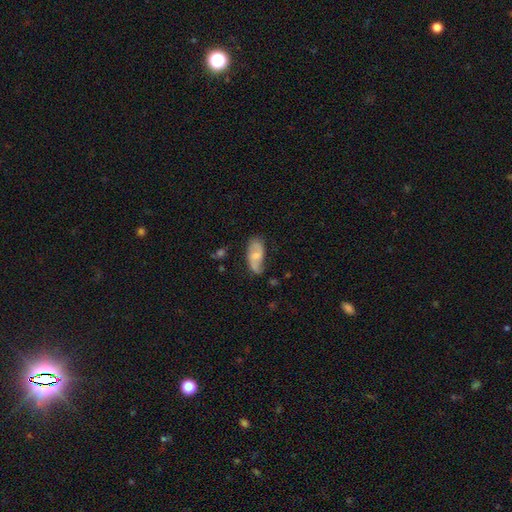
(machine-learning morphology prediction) Q: Smooth or featured?
A: featured or disk (49%); runner-up: smooth (44%)
Q: Merging?
A: none (60%); runner-up: minor disturbance (27%)